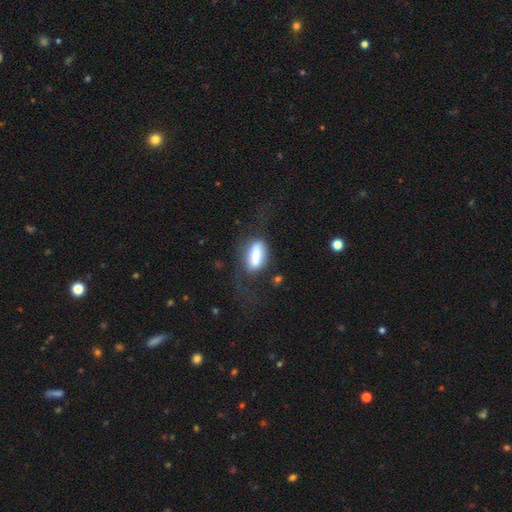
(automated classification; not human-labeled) Smooth or featured: smooth — 59% (featured or disk — 34%)
How rounded: in between — 83% (cigar-shaped — 12%)
Merging: none — 50% (major disturbance — 26%)